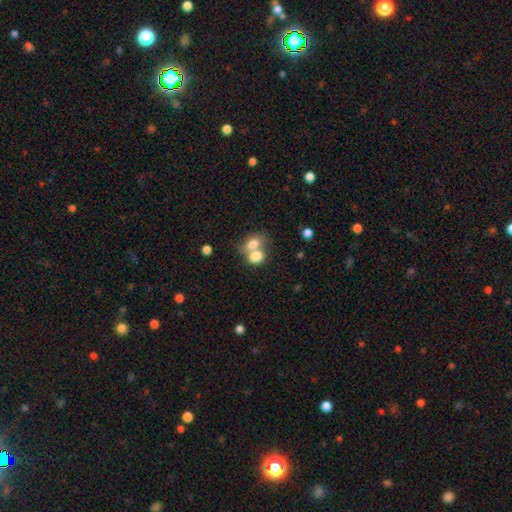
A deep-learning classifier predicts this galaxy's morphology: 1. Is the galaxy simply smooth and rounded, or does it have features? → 78% smooth, 13% featured or disk, 9% star or artifact.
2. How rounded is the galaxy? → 64% in between, 35% round, 1% cigar-shaped.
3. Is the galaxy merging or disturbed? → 64% merger, 25% none, 7% minor disturbance, 4% major disturbance.